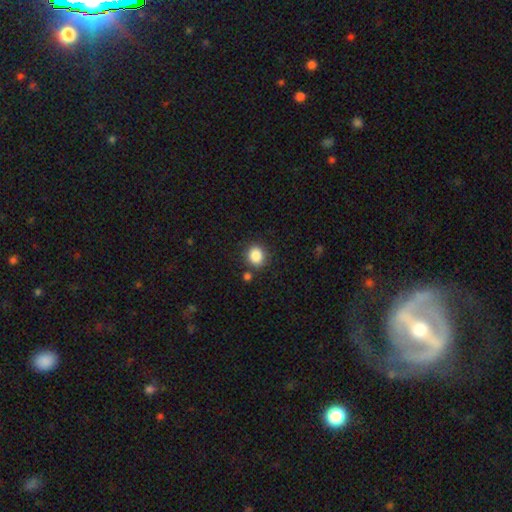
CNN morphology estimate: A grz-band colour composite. It shows a smooth galaxy with no disk features (86%) that is round (78%). Merging: none (83%).